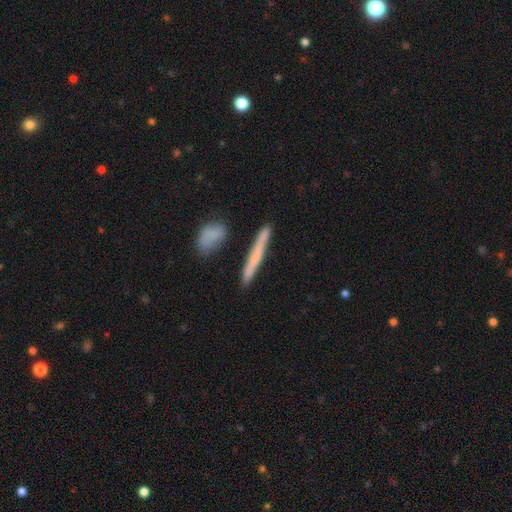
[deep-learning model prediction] A smooth galaxy with no disk features (56%) that is cigar-shaped (95%). Merging: none (84%).